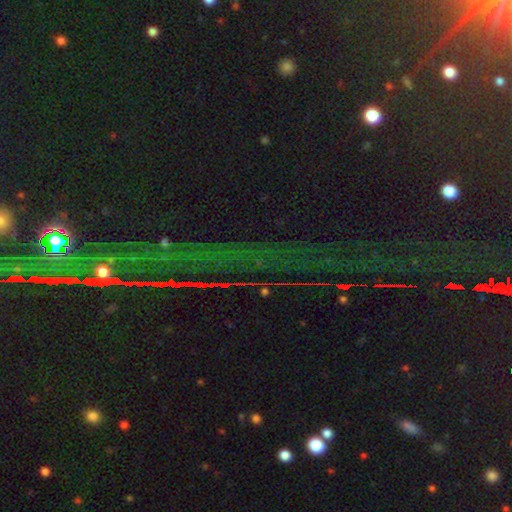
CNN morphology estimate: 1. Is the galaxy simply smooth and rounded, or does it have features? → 81% star or artifact, 9% featured or disk, 9% smooth.